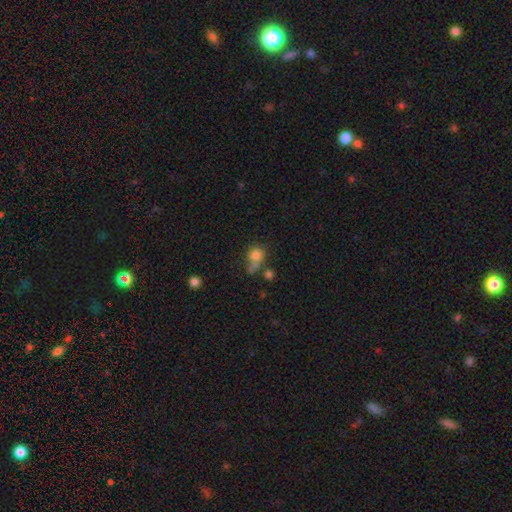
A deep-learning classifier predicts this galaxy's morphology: type=smooth (78%); roundness=round (78%); merging=none (46%).